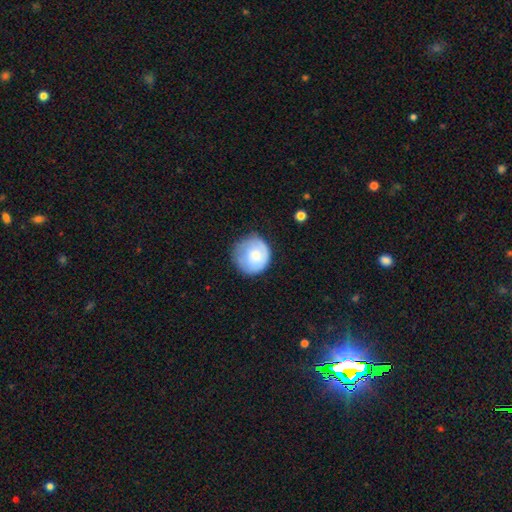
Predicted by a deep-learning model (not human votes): A smooth galaxy with no disk features (68%) that is round (90%). Merging: none (66%).